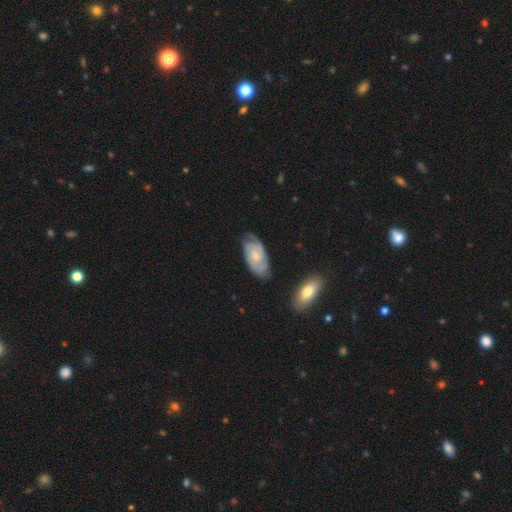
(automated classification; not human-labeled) smooth_or_featured: featured or disk (p=0.71) [alt: smooth p=0.23]
disk_edge_on: no (p=0.95) [alt: yes p=0.05]
bar: no (p=0.73) [alt: weak p=0.24]
has_spiral_arms: yes (p=0.91) [alt: no p=0.09]
spiral_winding: tight (p=0.62) [alt: medium p=0.30]
spiral_arm_count: 2 (p=0.46) [alt: can't tell p=0.31]
bulge_size: small (p=0.63) [alt: moderate p=0.31]
merging: none (p=0.68) [alt: minor disturbance p=0.23]